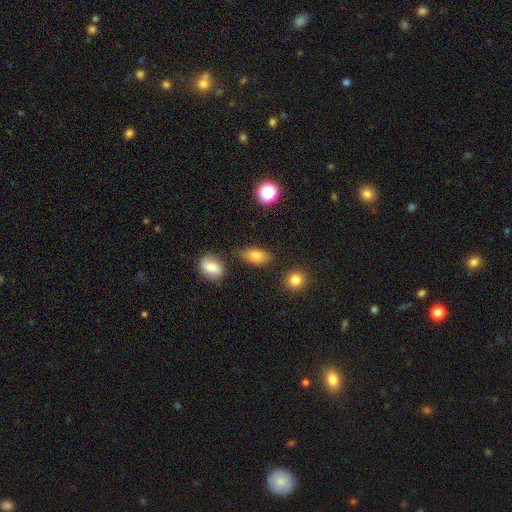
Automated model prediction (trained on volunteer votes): Morphology: type=smooth (79%); roundness=in between (88%); merging=none (79%).